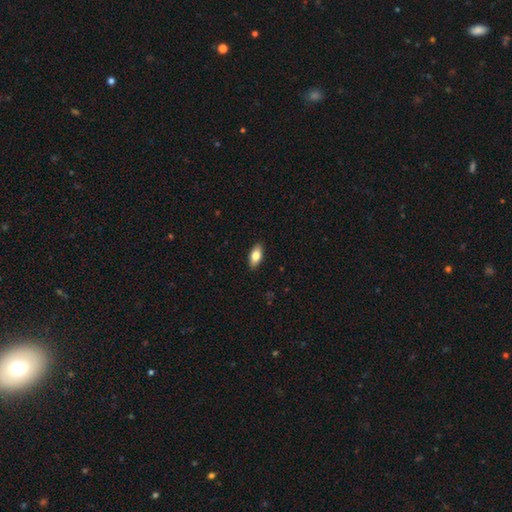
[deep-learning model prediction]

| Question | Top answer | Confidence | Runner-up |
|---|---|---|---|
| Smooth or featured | smooth | 77% | featured or disk (17%) |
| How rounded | in between | 87% | cigar-shaped (9%) |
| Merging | none | 90% | minor disturbance (8%) |